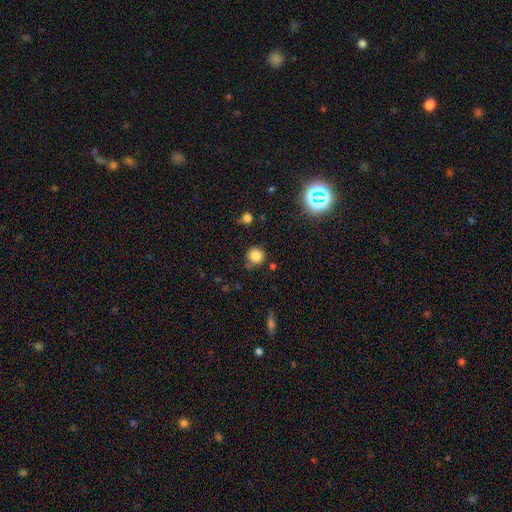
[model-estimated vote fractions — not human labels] A smooth galaxy with no disk features (81%) that is round (92%). Merging: none (76%).